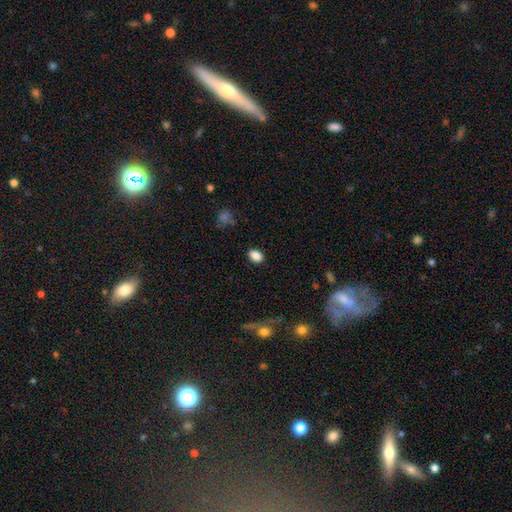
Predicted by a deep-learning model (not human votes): smooth_or_featured: smooth (p=0.87) [alt: star or artifact p=0.09]
how_rounded: in between (p=0.83) [alt: round p=0.15]
merging: none (p=0.86) [alt: minor disturbance p=0.10]